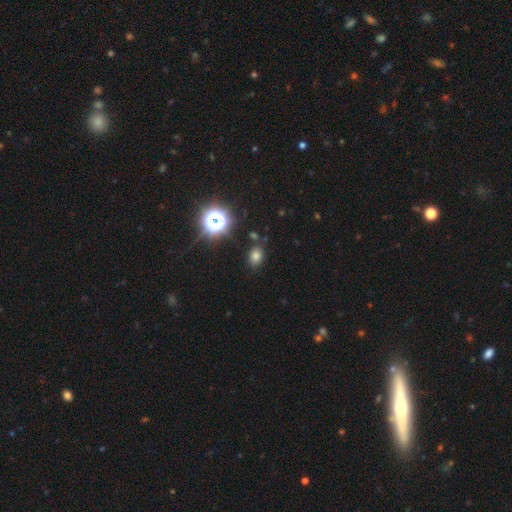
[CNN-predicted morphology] This appears to be a smooth galaxy with no disk features (72%) that is in between round and cigar-shaped (62%). Merging: none (82%).